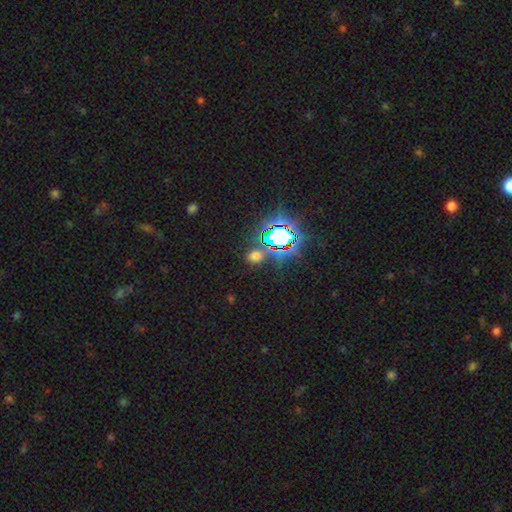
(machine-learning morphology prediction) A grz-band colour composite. It shows a star or artifact, not a galaxy (46%, tied with smooth).